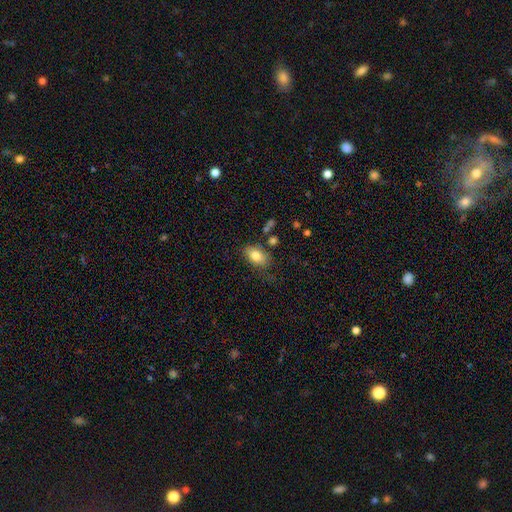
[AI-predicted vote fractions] Q: Smooth or featured?
A: smooth (80%); runner-up: featured or disk (12%)
Q: How rounded?
A: in between (88%); runner-up: round (11%)
Q: Merging?
A: none (71%); runner-up: minor disturbance (19%)